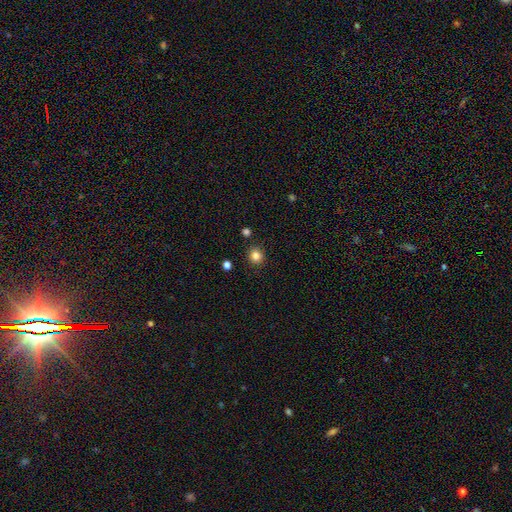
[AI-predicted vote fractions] This appears to be a smooth galaxy with no disk features (83%) that is round (90%). Merging: none (89%).